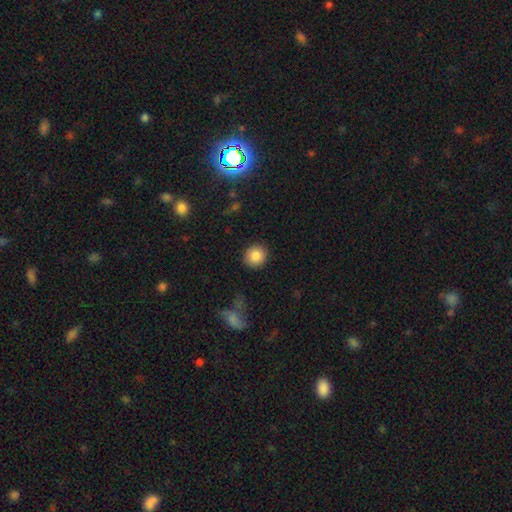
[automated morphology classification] A smooth galaxy with no disk features (85%) that is round (90%). Merging: none (90%).